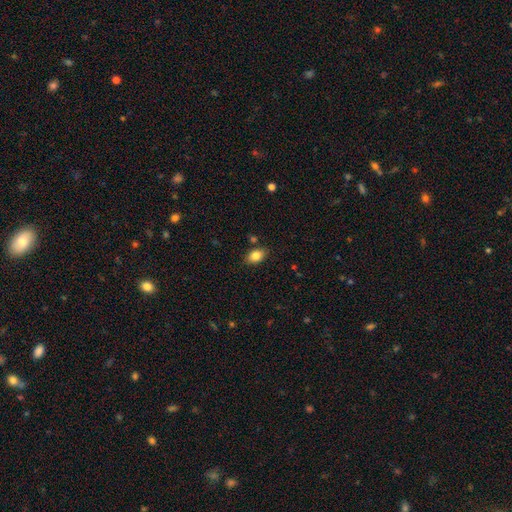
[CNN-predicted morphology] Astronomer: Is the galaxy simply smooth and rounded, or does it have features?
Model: smooth — 84%.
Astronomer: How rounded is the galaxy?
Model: in between — 84%.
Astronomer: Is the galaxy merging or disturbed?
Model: none — 83%.